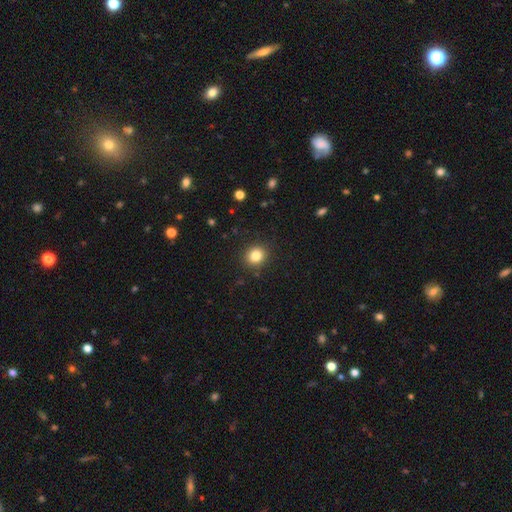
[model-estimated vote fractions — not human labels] Q: Smooth or featured?
A: smooth (83%); runner-up: star or artifact (11%)
Q: How rounded?
A: round (83%); runner-up: in between (17%)
Q: Merging?
A: none (89%); runner-up: minor disturbance (7%)